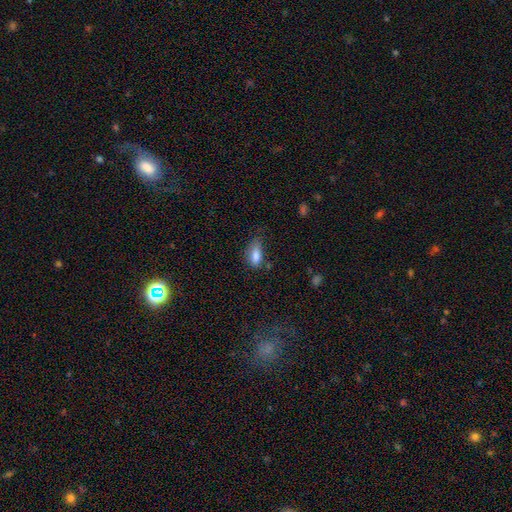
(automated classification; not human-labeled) This is clearly a smooth galaxy (83%). How rounded: clearly in between (84%). Merging: possibly none (49%).